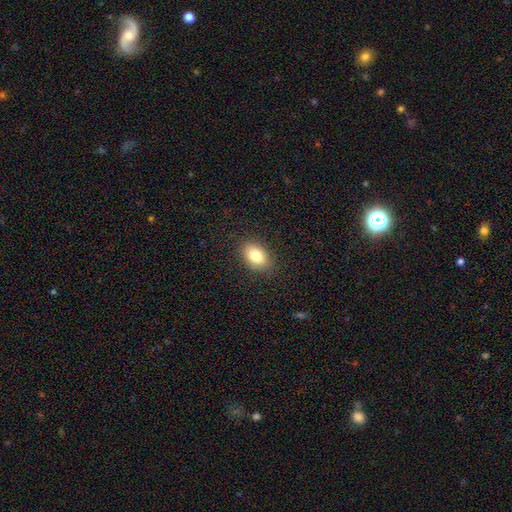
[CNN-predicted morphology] This is clearly a smooth galaxy (81%). How rounded: clearly in between (84%). Merging: clearly none (87%).